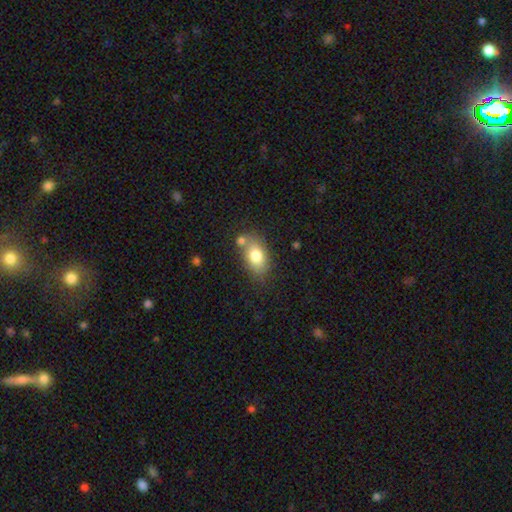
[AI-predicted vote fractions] Q: Smooth or featured?
A: smooth (78%); runner-up: featured or disk (14%)
Q: How rounded?
A: in between (87%); runner-up: round (10%)
Q: Merging?
A: none (63%); runner-up: merger (16%)